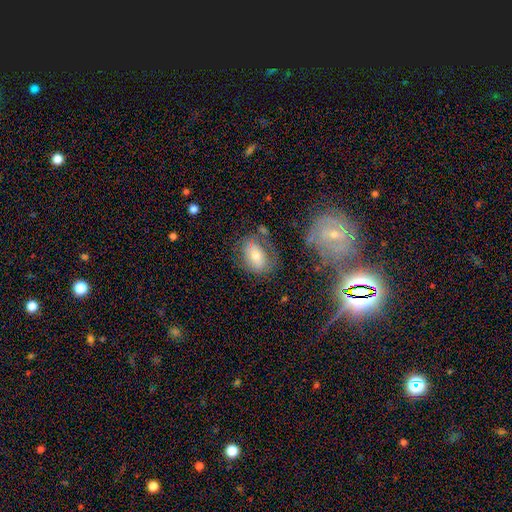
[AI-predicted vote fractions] This is possibly a smooth galaxy (55%). How rounded: likely in between (75%). Merging: likely none (60%).